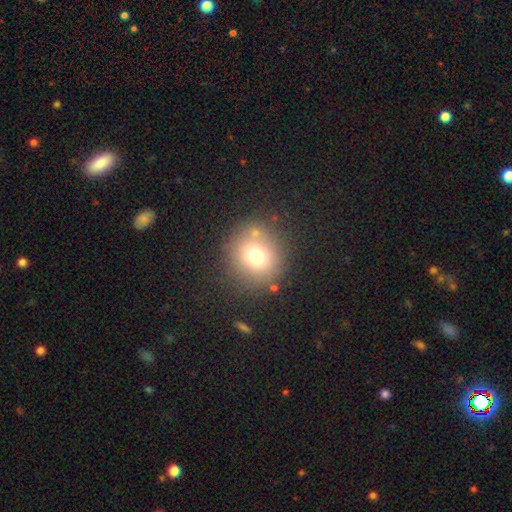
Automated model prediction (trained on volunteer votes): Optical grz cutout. It shows a smooth galaxy with no disk features (72%) that is round (88%). Merging: none (80%).